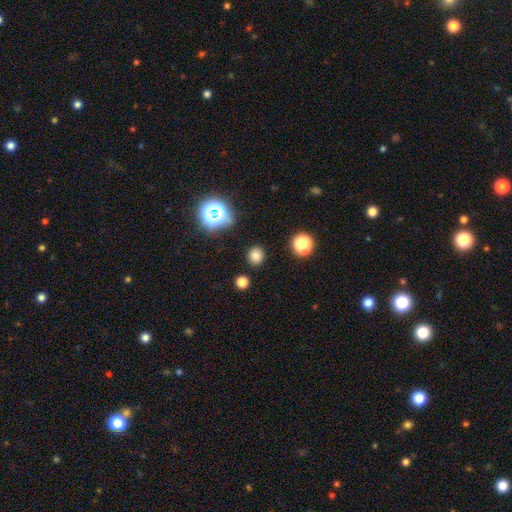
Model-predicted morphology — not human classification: smooth 75%, star or artifact 19%, featured or disk 6%. Down the decision tree: how rounded — round (81%); merging — none (88%).